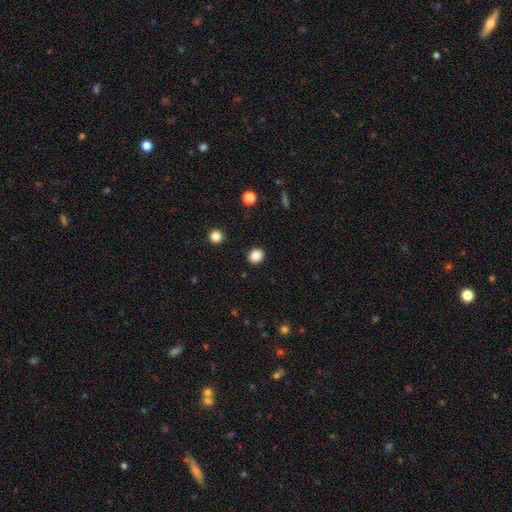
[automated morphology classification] A smooth galaxy with no disk features (86%) that is round (78%). Merging: none (91%).